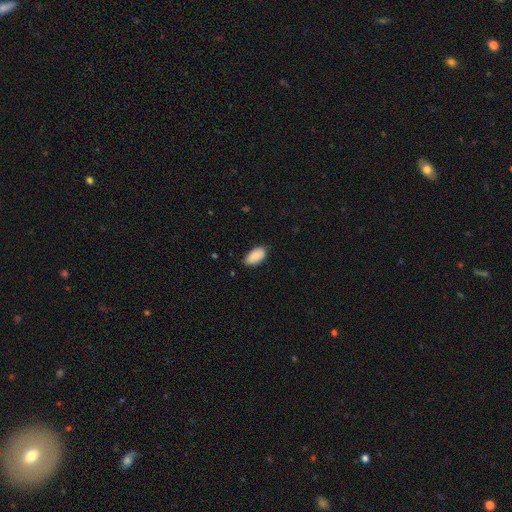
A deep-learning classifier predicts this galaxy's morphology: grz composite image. It shows a smooth galaxy with no disk features (87%) that is in between round and cigar-shaped (95%). Merging: none (77%).